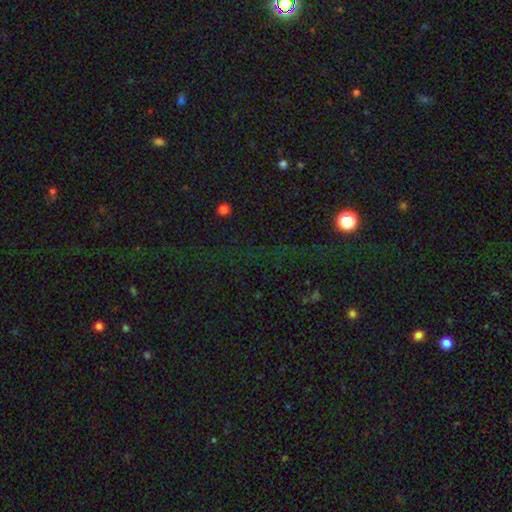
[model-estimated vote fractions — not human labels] Morphology: type=star or artifact (71%).